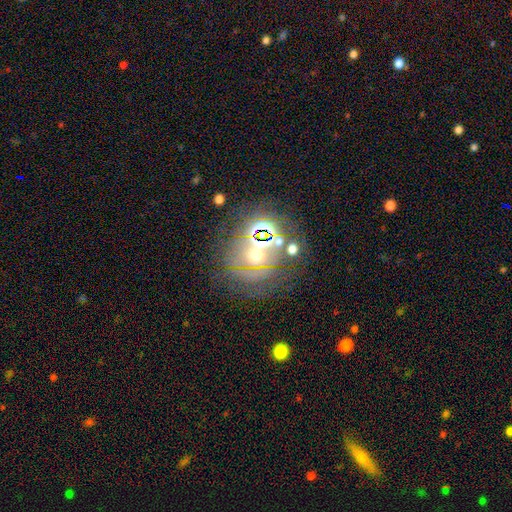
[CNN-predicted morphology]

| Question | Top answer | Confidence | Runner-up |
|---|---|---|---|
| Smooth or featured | star or artifact | 43% | featured or disk (42%) |